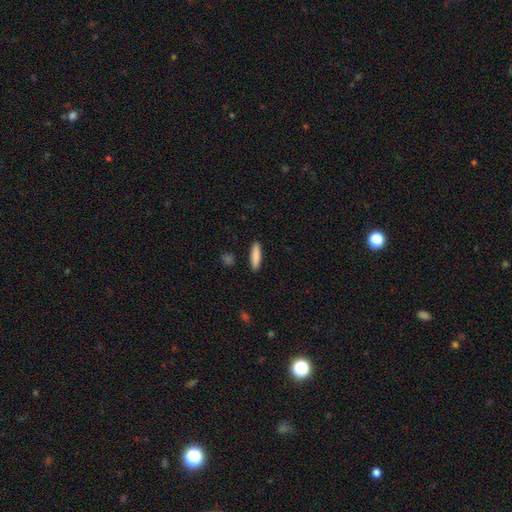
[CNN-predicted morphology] Smooth or featured? smooth (86%)
How rounded? cigar-shaped (77%)
Merging? none (90%)